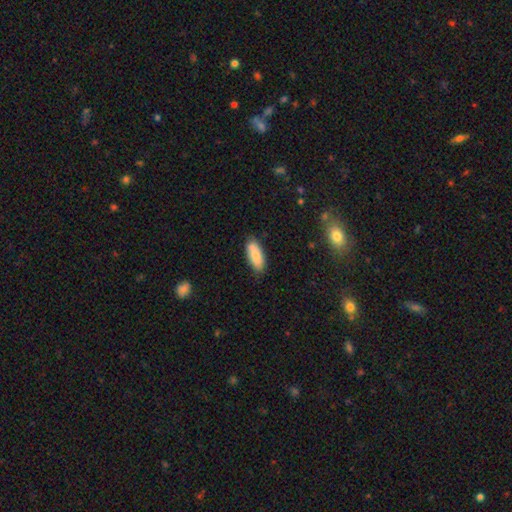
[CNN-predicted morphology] Overall: smooth (81%). How rounded: in between (74%). Merging: none (74%).